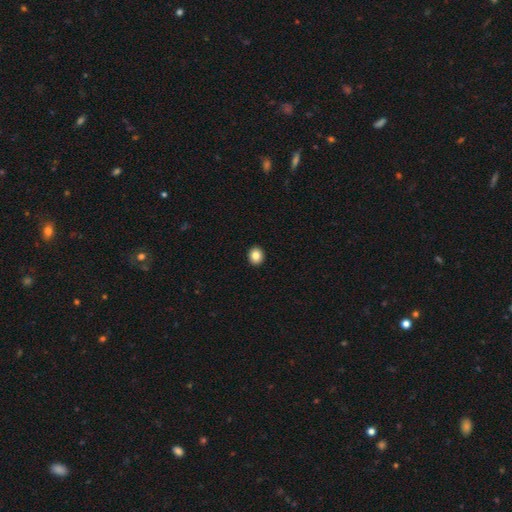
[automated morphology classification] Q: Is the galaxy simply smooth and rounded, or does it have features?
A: smooth — 84%.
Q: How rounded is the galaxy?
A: round — 74%.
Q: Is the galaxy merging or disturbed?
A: none — 93%.